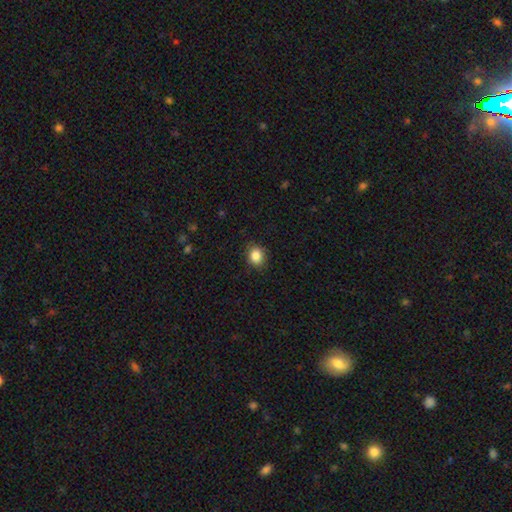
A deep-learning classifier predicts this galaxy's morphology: Smooth or featured? Predicted: smooth (p=0.86). How rounded? Predicted: round (p=0.60). Merging? Predicted: none (p=0.86).